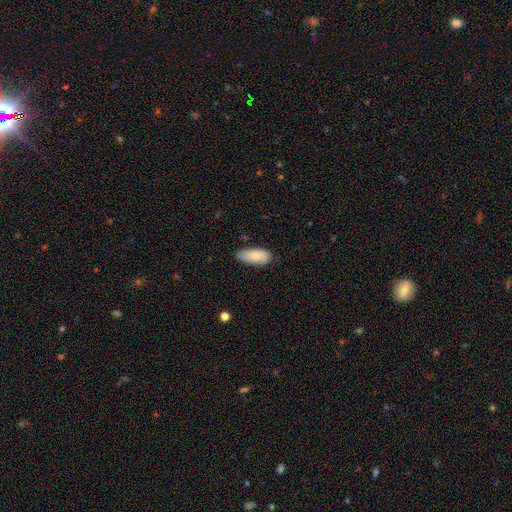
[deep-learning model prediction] The model was most divided on "merging": none: 68%, minor disturbance: 26%, major disturbance: 4%, merger: 2%. More confident: how rounded — in between (85%); smooth or featured — smooth (83%).